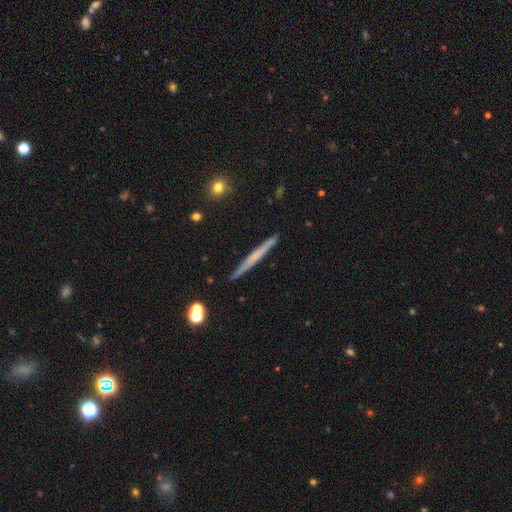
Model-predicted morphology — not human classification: Smooth or featured: featured or disk — 52% (smooth — 42%)
Edge-on disk: yes — 97% (no — 3%)
Edge-on bulge: none — 81% (rounded — 14%)
Merging: none — 91% (minor disturbance — 6%)